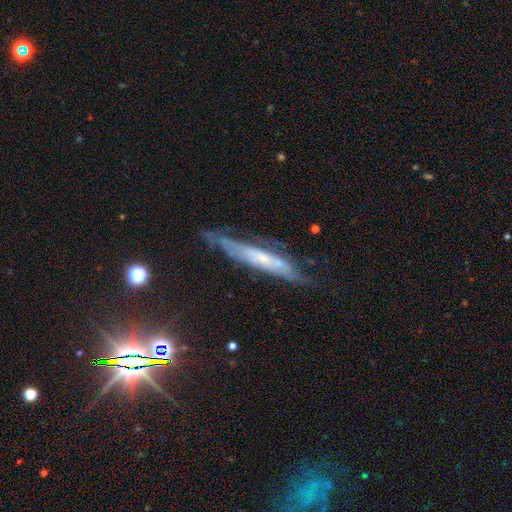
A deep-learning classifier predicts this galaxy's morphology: smooth_or_featured: featured or disk (p=0.64) [alt: smooth p=0.23]
disk_edge_on: yes (p=0.70) [alt: no p=0.30]
merging: none (p=0.65) [alt: minor disturbance p=0.24]